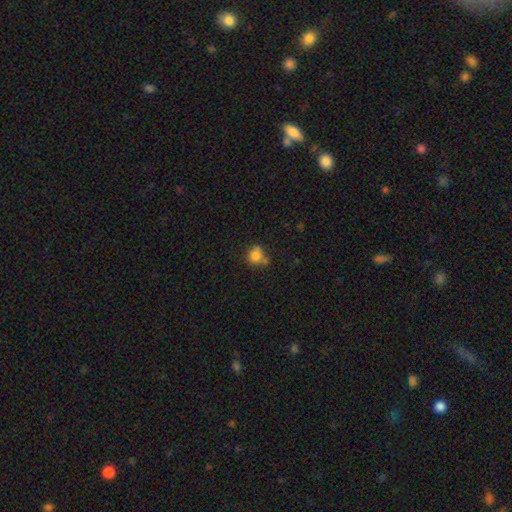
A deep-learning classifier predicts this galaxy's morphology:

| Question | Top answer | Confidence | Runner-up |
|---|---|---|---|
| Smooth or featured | smooth | 79% | star or artifact (11%) |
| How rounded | round | 75% | in between (23%) |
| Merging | none | 51% | merger (21%) |